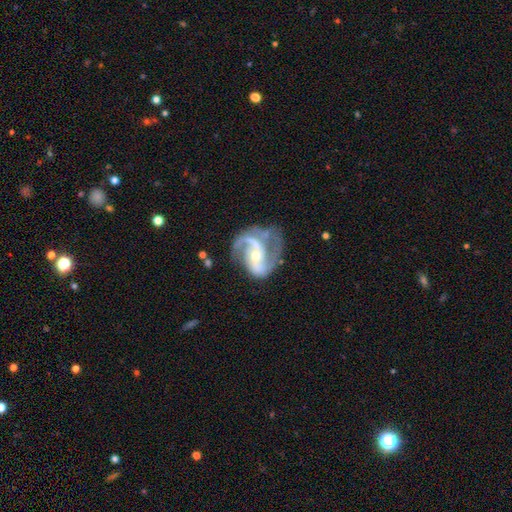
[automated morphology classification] featured or disk 90%, star or artifact 5%, smooth 4%. Down the decision tree: edge-on disk — no (98%); bar — no (46%); spiral arms — yes (97%); spiral arm count — 2 (86%); spiral winding — medium (55%); bulge size — small (51%); merging — none (60%).